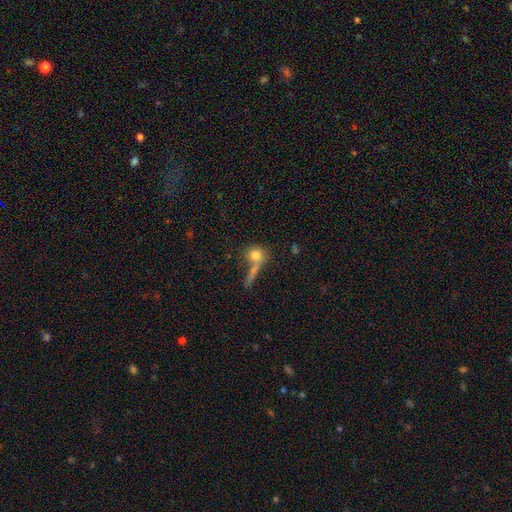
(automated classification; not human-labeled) Smooth or featured: smooth — 76% (featured or disk — 14%)
How rounded: round — 72% (in between — 21%)
Merging: none — 46% (merger — 31%)